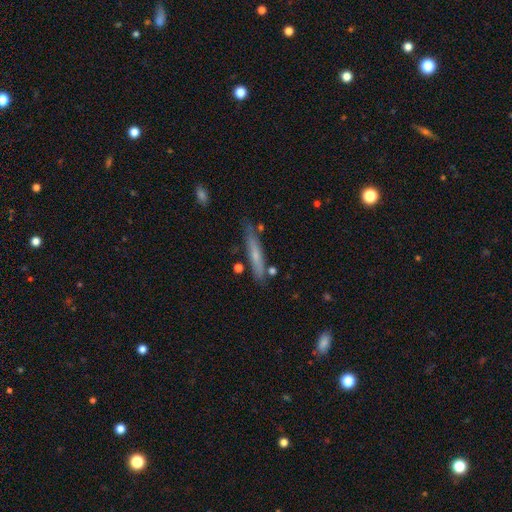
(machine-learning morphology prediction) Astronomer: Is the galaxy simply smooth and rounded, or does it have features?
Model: smooth — 52% (runner-up: featured or disk, 40%).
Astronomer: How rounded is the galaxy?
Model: cigar-shaped — 91%.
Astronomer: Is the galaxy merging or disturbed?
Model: none — 76%.